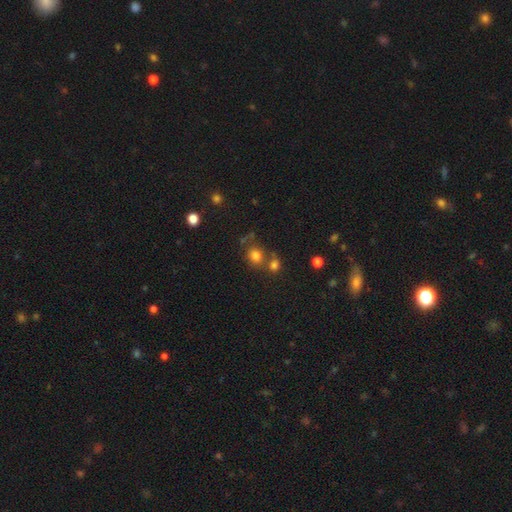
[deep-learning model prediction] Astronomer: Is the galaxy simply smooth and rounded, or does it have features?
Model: smooth — 76%.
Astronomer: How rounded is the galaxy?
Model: round — 73%.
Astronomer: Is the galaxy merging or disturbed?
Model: none — 53% (runner-up: merger, 29%).